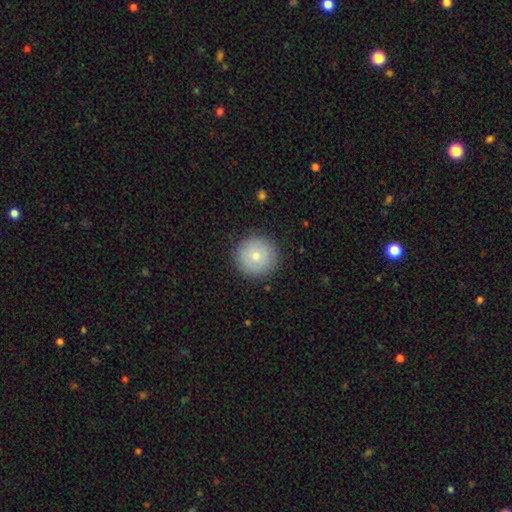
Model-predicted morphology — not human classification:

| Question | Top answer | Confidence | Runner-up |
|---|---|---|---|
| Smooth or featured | smooth | 78% | featured or disk (14%) |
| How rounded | round | 96% | in between (3%) |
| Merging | none | 89% | minor disturbance (8%) |